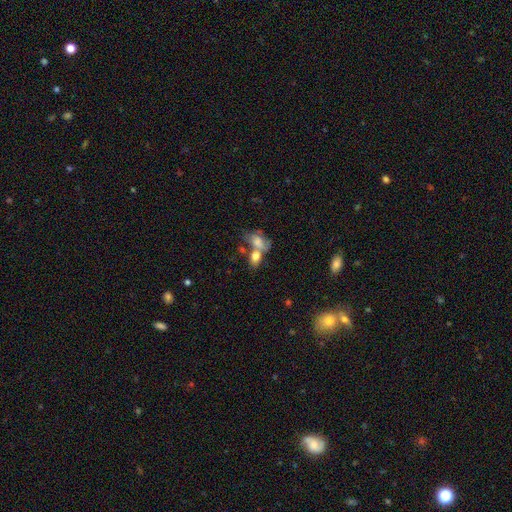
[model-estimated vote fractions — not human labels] Morphology: type=smooth (72%); roundness=in between (80%); merging=merger (53%).